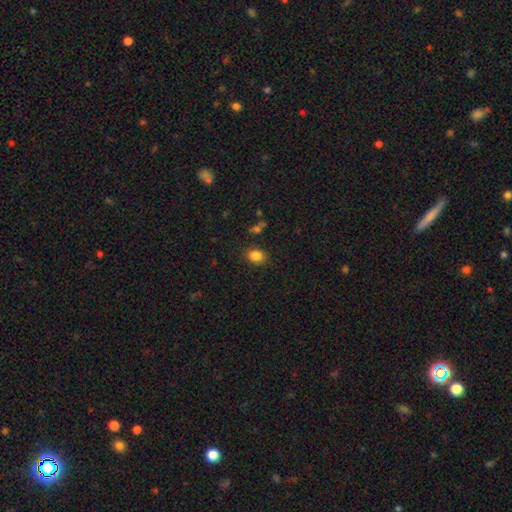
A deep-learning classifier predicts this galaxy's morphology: smooth_or_featured: smooth (p=0.84) [alt: star or artifact p=0.11]
how_rounded: round (p=0.51) [alt: in between p=0.48]
merging: none (p=0.86) [alt: minor disturbance p=0.09]